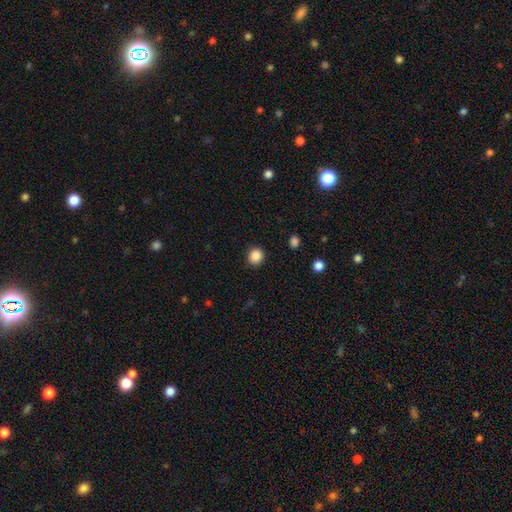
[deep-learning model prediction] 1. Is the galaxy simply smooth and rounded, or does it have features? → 87% smooth, 10% star or artifact, 3% featured or disk.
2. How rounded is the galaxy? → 84% round, 15% in between, 1% cigar-shaped.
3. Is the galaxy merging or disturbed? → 89% none, 7% minor disturbance, 2% major disturbance, 1% merger.